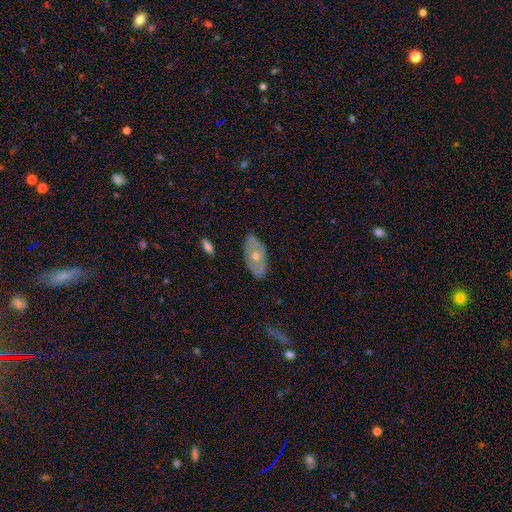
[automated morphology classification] A featured or disk galaxy (52%).

Vote fractions:
- Smooth or featured? featured or disk: 52% / smooth: 40% / star or artifact: 7%
- Edge-on disk? no: 82% / yes: 18%
- Merging? none: 83% / minor disturbance: 13% / major disturbance: 3% / merger: 1%